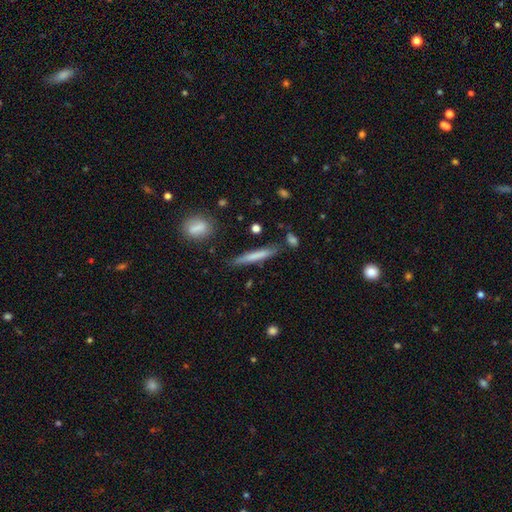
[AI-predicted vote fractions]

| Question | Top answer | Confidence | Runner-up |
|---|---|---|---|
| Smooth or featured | smooth | 67% | featured or disk (26%) |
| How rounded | cigar-shaped | 94% | in between (5%) |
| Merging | none | 82% | minor disturbance (12%) |